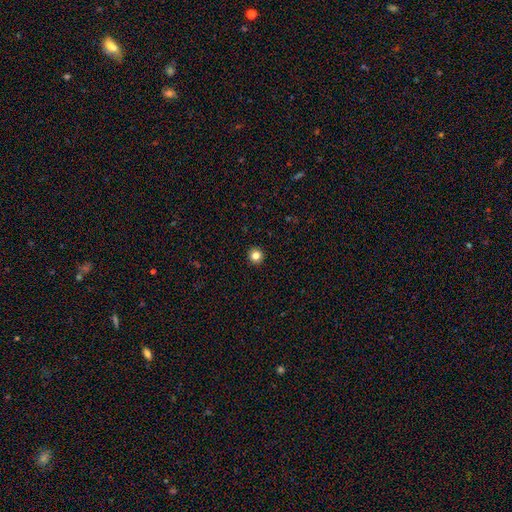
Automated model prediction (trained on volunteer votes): A smooth galaxy with no disk features (82%) that is round (94%). Merging: none (93%).